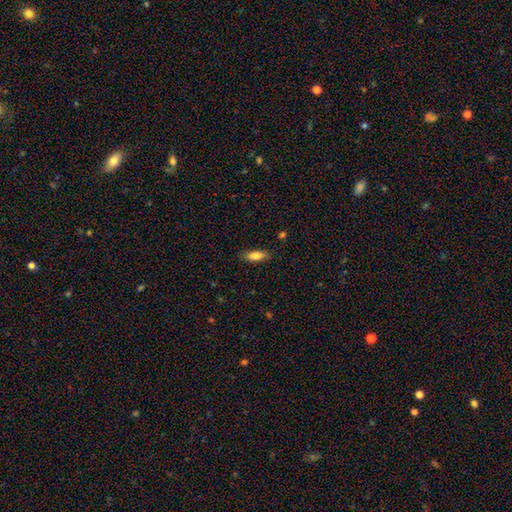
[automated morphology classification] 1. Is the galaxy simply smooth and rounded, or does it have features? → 79% smooth, 14% featured or disk, 7% star or artifact.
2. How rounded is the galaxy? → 67% in between, 31% cigar-shaped, 2% round.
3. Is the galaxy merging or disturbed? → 85% none, 11% minor disturbance, 2% major disturbance, 1% merger.